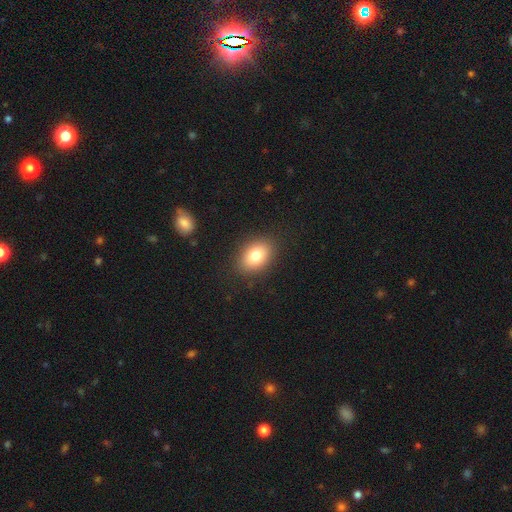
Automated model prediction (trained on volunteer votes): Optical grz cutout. It shows a smooth galaxy with no disk features (80%) that is in between round and cigar-shaped (80%). Merging: none (87%).